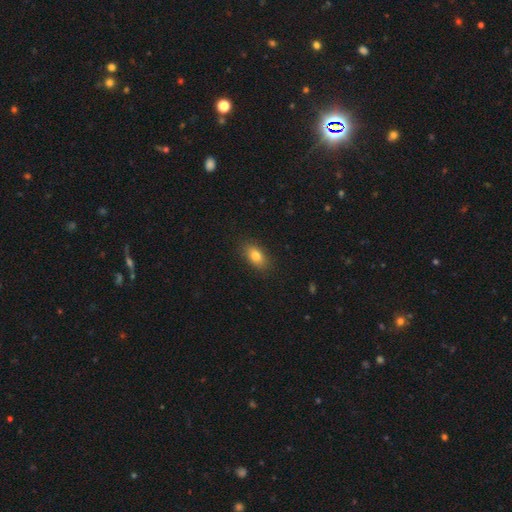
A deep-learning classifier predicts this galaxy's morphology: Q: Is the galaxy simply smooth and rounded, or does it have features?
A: smooth — 80%.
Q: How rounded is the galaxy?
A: in between — 87%.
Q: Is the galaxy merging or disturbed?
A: none — 87%.